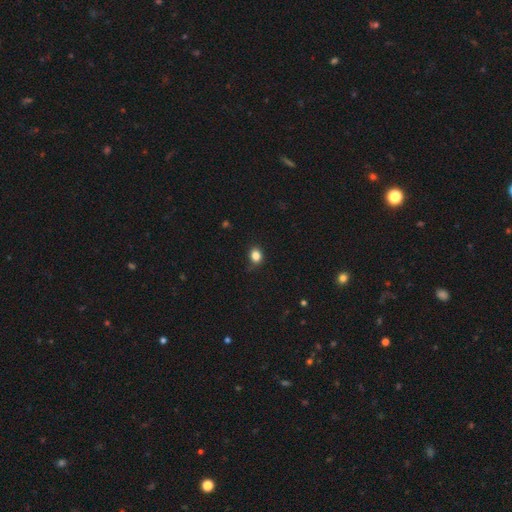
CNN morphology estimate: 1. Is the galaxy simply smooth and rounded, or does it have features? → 84% smooth, 11% star or artifact, 5% featured or disk.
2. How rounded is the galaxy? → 53% round, 46% in between, 1% cigar-shaped.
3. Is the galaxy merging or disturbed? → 79% none, 16% minor disturbance, 3% major disturbance, 1% merger.